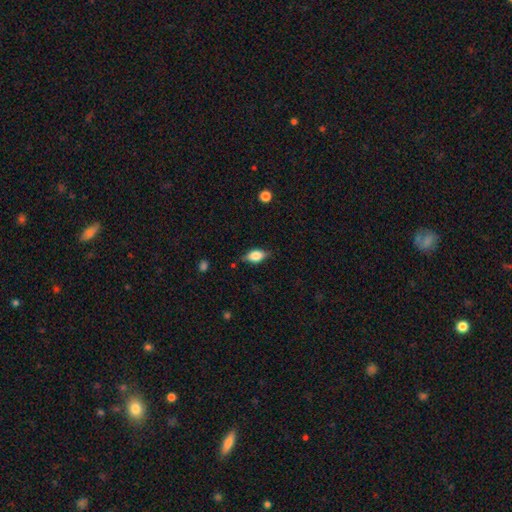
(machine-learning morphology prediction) This appears to be a smooth galaxy with no disk features (70%) that is in between round and cigar-shaped (83%). Merging: none (74%).